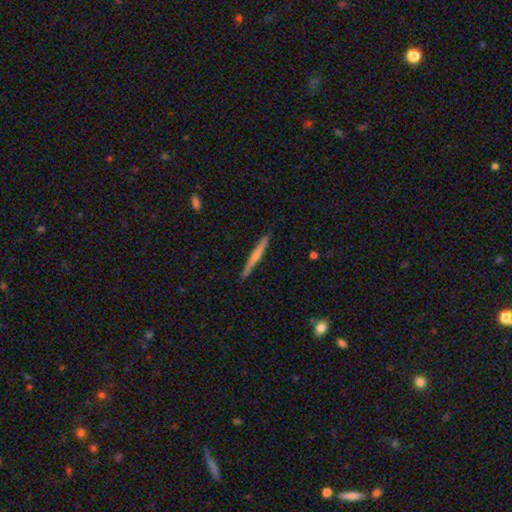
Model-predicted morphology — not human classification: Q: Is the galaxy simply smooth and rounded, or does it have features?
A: featured or disk — 64%.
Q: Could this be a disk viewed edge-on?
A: yes — 97%.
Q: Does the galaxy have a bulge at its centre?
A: rounded — 66%.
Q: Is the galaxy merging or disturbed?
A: none — 90%.